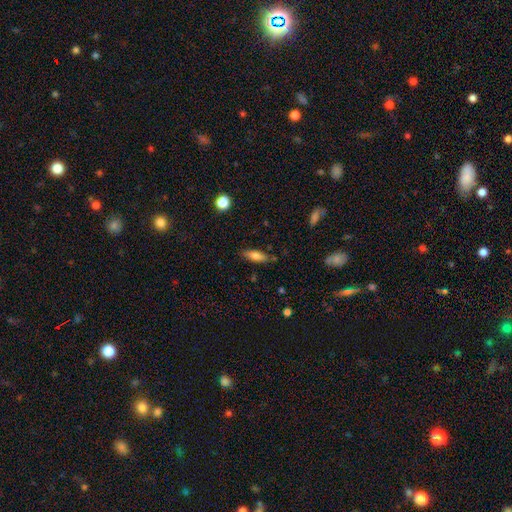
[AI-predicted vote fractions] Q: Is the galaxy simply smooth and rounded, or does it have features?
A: smooth — 78%.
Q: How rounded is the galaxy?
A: in between — 57%.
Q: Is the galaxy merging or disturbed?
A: none — 79%.